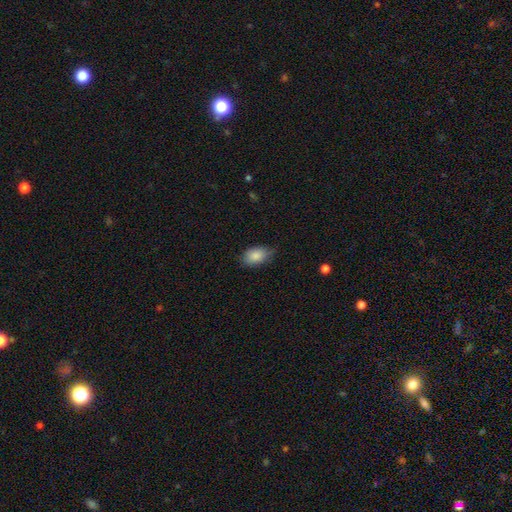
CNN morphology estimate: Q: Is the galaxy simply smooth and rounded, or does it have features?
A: smooth — 86%.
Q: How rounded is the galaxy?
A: in between — 88%.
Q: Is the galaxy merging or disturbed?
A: none — 69%.